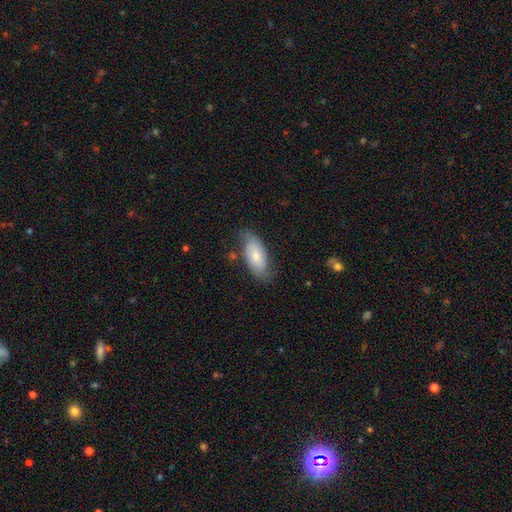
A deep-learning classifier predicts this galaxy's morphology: A smooth galaxy with no disk features (59%) that is in between round and cigar-shaped (88%). Merging: none (67%).